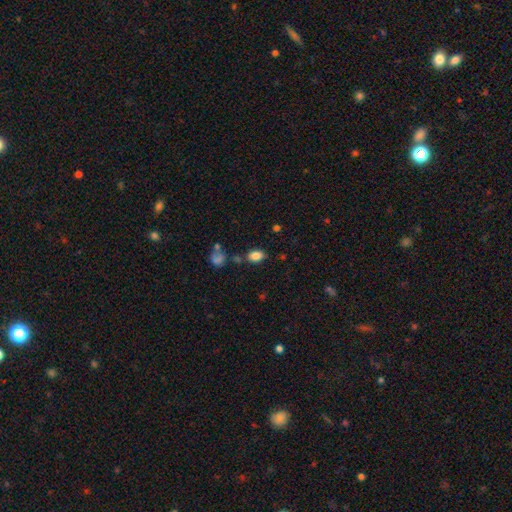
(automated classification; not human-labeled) Smooth or featured? Predicted: smooth (p=0.84). How rounded? Predicted: in between (p=0.85). Merging? Predicted: none (p=0.76).